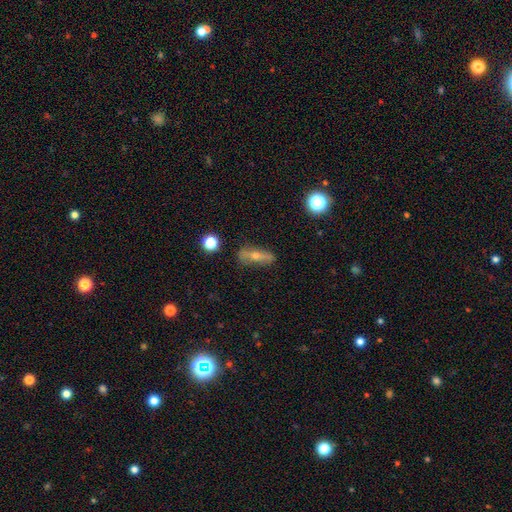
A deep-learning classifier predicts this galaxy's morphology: Smooth or featured: featured or disk — 48% (smooth — 40%)
Merging: none — 78% (minor disturbance — 15%)